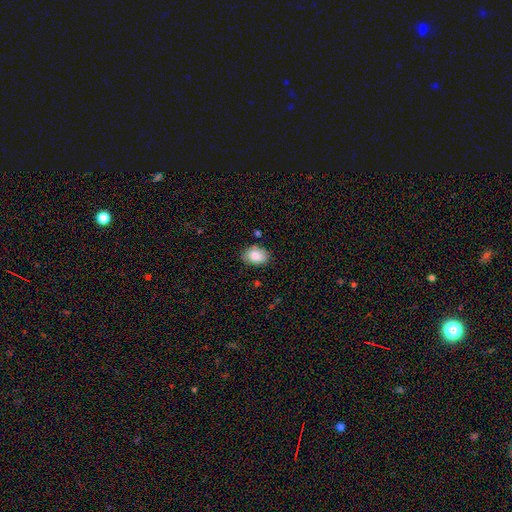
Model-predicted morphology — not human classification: A smooth galaxy with no disk features (86%) that is in between round and cigar-shaped (82%).

Vote fractions:
- Smooth or featured? smooth: 86% / star or artifact: 7% / featured or disk: 7%
- How rounded? in between: 82% / round: 17% / cigar-shaped: 1%
- Merging? none: 75% / minor disturbance: 18% / major disturbance: 3% / merger: 3%